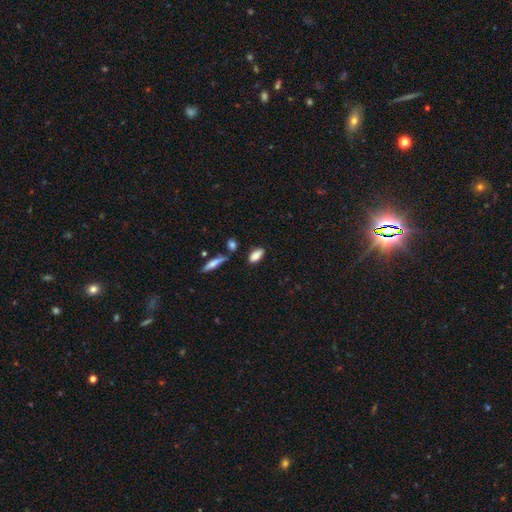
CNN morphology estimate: This is clearly a smooth galaxy (85%). How rounded: clearly in between (83%). Merging: likely none (77%).